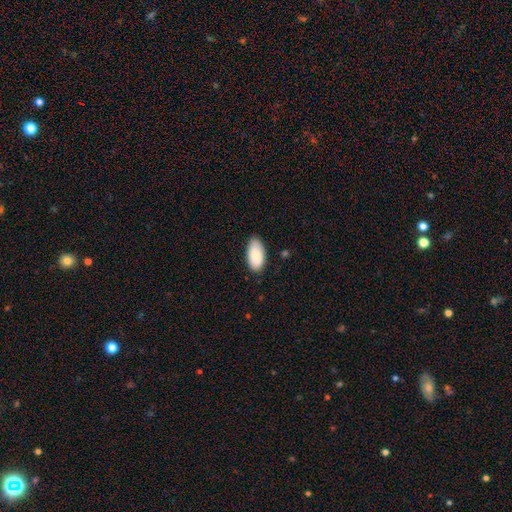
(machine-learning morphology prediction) Overall: smooth (87%). How rounded: in between (95%). Merging: none (82%).